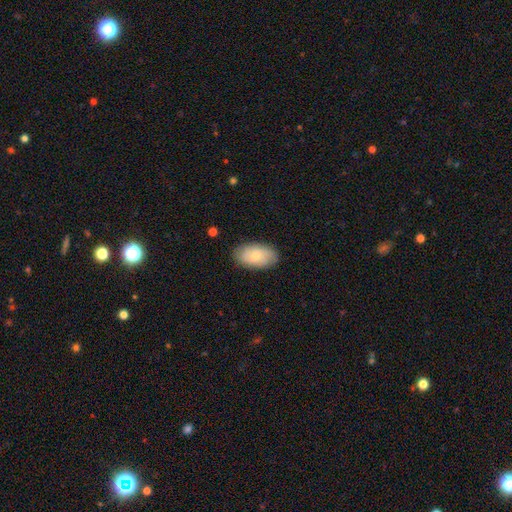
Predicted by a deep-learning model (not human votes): Smooth or featured?
  - smooth: 73% *
  - featured or disk: 21%
  - star or artifact: 6%
How rounded?
  - in between: 94% *
  - round: 5%
  - cigar-shaped: 2%
Merging?
  - none: 84% *
  - minor disturbance: 12%
  - major disturbance: 3%
  - merger: 1%